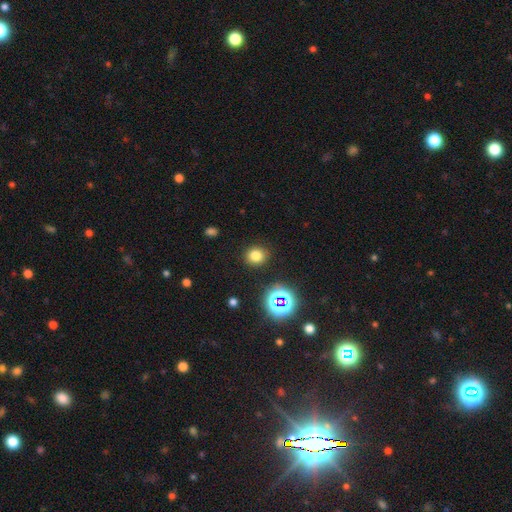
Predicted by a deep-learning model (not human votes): This appears to be a smooth galaxy with no disk features (75%) that is round (77%). Merging: none (88%).